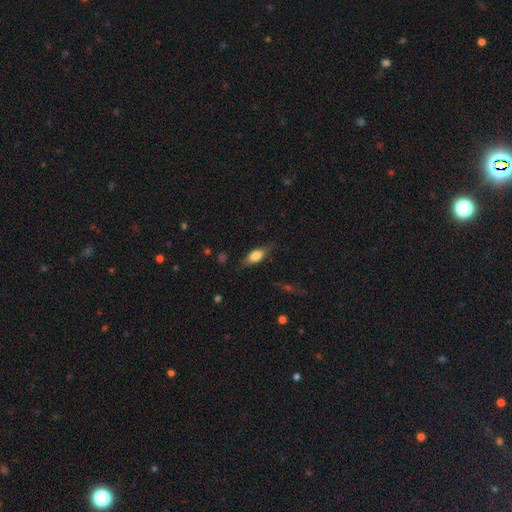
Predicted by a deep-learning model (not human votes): Q: Smooth or featured?
A: smooth (70%); runner-up: featured or disk (23%)
Q: How rounded?
A: in between (78%); runner-up: cigar-shaped (17%)
Q: Merging?
A: none (71%); runner-up: minor disturbance (21%)